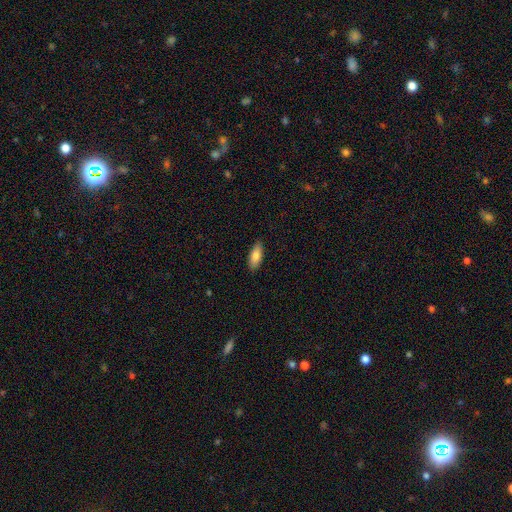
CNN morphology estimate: smooth 79%, featured or disk 15%, star or artifact 6%. Down the decision tree: how rounded — in between (73%); merging — none (88%).